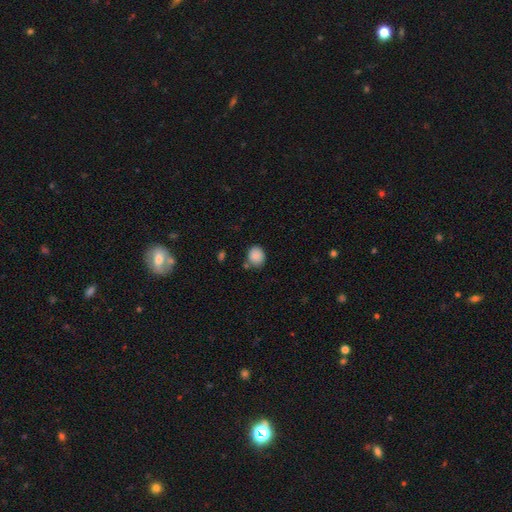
Morphology: type=smooth (92%); roundness=round (63%); merging=none (69%).